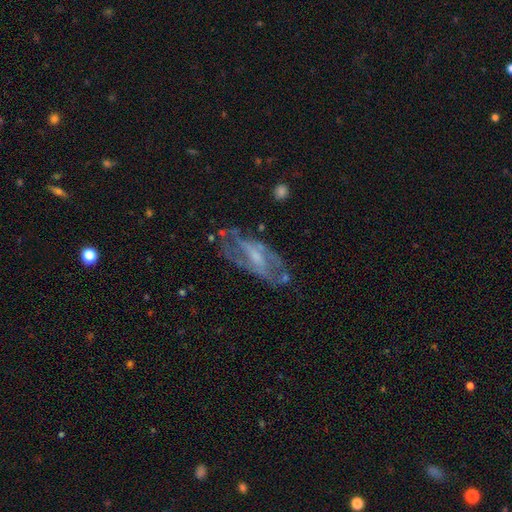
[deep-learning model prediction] Overall: featured or disk (75%). Edge-on disk: no (86%). Bar: weak (44%; no 34%). Spiral arms: yes (73%). Bulge size: small (50%; moderate 30%). Merging: none (62%).